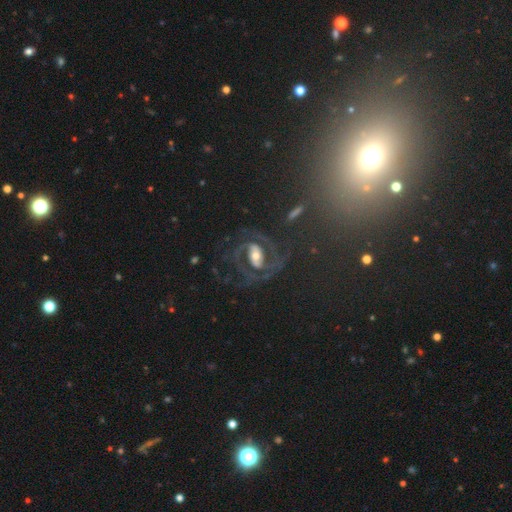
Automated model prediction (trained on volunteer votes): The model was most divided on "bar" (2-way tie): strong: 34%, weak: 34%, no: 32%. Remaining: edge-on disk — no (96%); spiral arms — yes (92%); smooth or featured — featured or disk (80%); spiral arm count — 2 (71%); merging — none (66%); bulge size — moderate (61%); spiral winding — medium (49%).